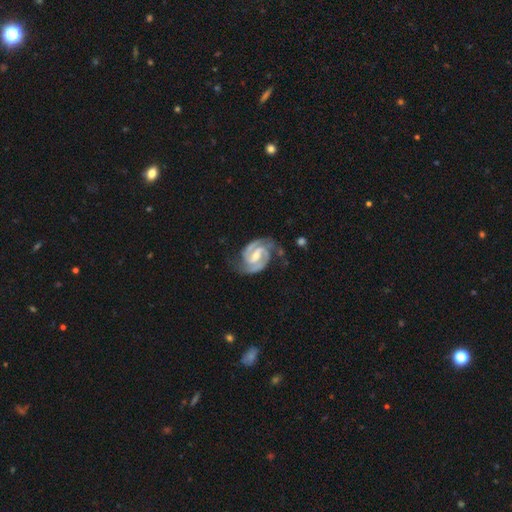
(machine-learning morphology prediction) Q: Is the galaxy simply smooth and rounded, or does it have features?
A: featured or disk — 92%.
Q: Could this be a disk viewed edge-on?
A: no — 98%.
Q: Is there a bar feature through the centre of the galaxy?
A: weak — 46%.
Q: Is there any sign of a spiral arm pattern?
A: yes — 98%.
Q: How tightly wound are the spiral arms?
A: medium — 47%, tied with tight.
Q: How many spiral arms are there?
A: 2 — 91%.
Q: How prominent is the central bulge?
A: moderate — 53%.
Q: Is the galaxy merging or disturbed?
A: none — 73%.